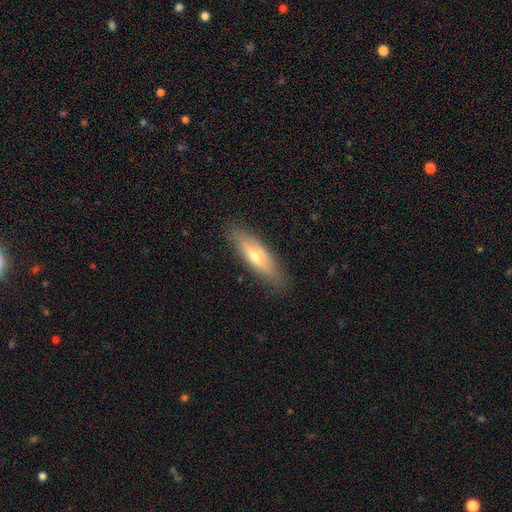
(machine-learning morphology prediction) This appears to be a smooth galaxy with no disk features (54%) that is cigar-shaped (63%). Merging: none (85%).